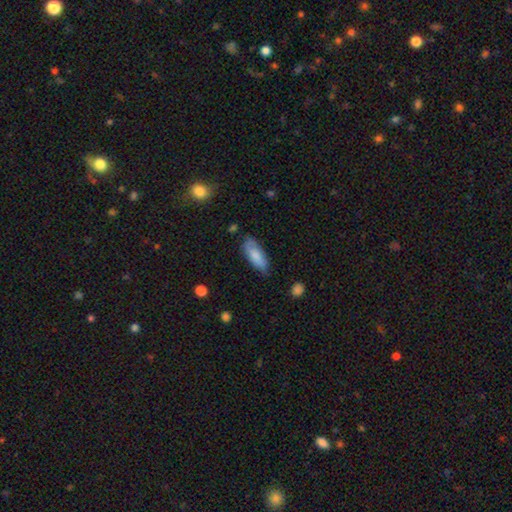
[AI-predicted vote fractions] Morphology: type=smooth (77%); roundness=in between (77%); merging=none (69%).